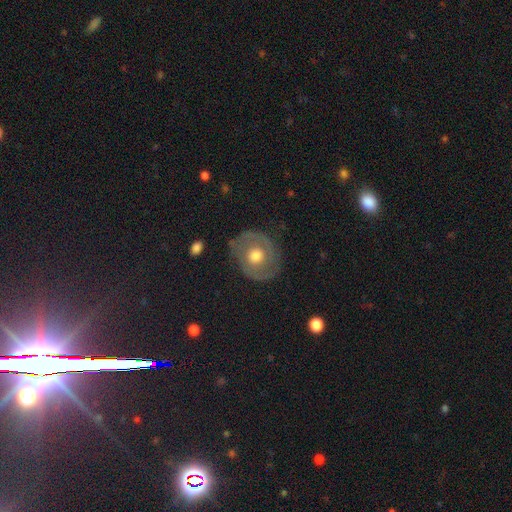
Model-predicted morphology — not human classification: Smooth or featured: featured or disk — 66% (smooth — 28%)
Edge-on disk: no — 96% (yes — 4%)
Bar: no — 82% (weak — 15%)
Spiral arms: yes — 63% (no — 37%)
Bulge size: moderate — 67% (large — 23%)
Merging: none — 78% (minor disturbance — 15%)